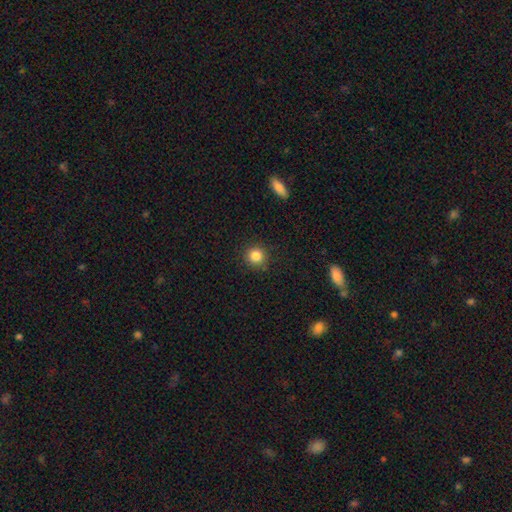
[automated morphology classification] smooth-or-featured: smooth: 85% | star or artifact: 11% | featured or disk: 5%
  how-rounded: round: 92% | in between: 7% | cigar-shaped: 1%
  merging: none: 89% | minor disturbance: 7% | major disturbance: 2% | merger: 1%